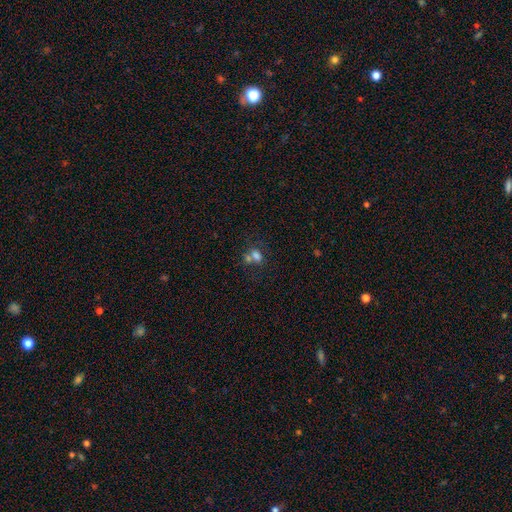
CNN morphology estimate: This is likely a smooth galaxy (70%). How rounded: likely in between (67%). Merging: possibly merger (46%).